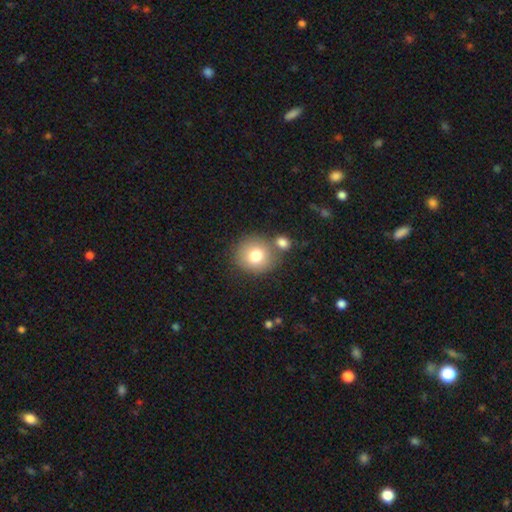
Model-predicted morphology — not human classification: This appears to be a smooth galaxy with no disk features (78%) that is round (86%). Merging: none (65%).